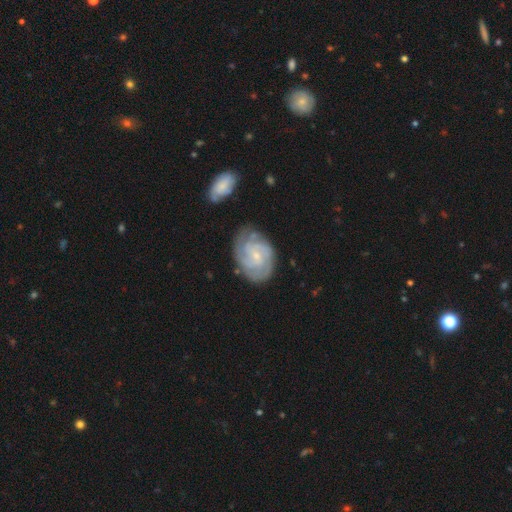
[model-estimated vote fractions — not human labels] Q: Smooth or featured?
A: featured or disk (82%); runner-up: smooth (13%)
Q: Edge-on disk?
A: no (98%); runner-up: yes (2%)
Q: Bar?
A: no (52%); runner-up: weak (41%)
Q: Spiral arms?
A: yes (95%); runner-up: no (5%)
Q: Spiral winding?
A: tight (61%); runner-up: medium (32%)
Q: Spiral arm count?
A: can't tell (29%); runner-up: 2 (26%)
Q: Bulge size?
A: small (78%); runner-up: moderate (17%)
Q: Merging?
A: none (70%); runner-up: minor disturbance (20%)